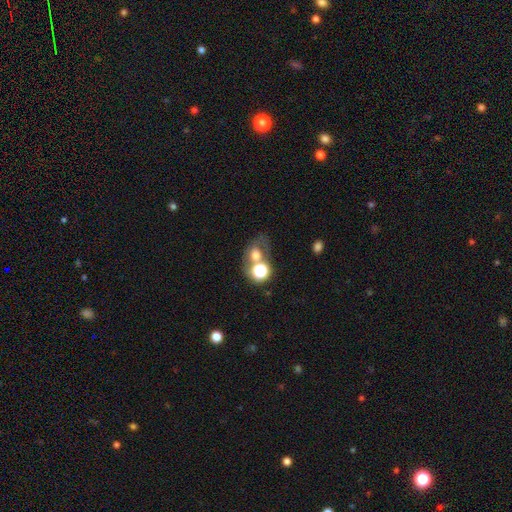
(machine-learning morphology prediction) A smooth galaxy with no disk features (53%) that is round (54%). Merging: none (43%).